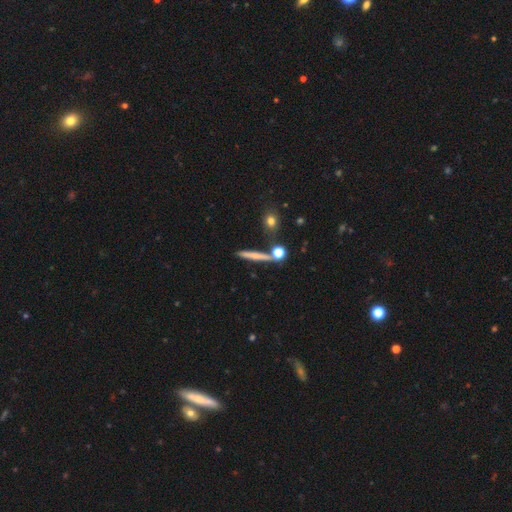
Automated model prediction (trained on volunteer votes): Morphology: type=smooth (56%); roundness=cigar-shaped (82%); merging=none (77%).